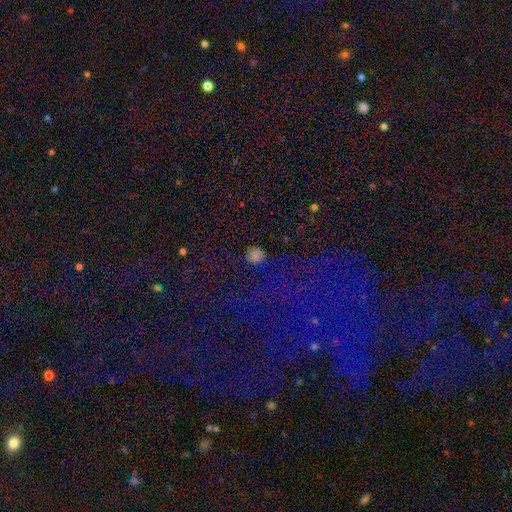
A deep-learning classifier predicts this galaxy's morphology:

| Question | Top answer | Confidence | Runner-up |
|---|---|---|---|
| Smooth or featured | smooth | 47% | star or artifact (45%) |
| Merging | none | 80% | minor disturbance (11%) |